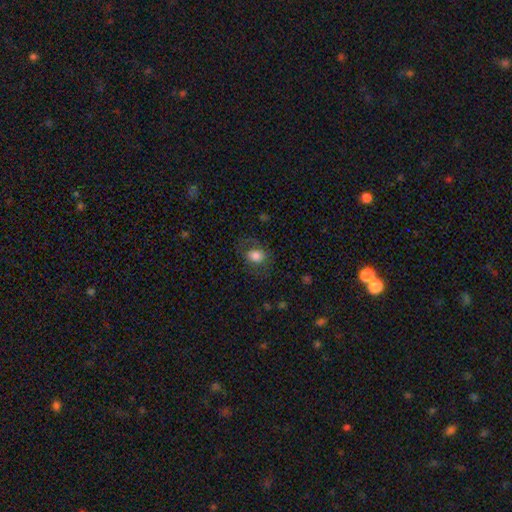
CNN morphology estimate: Smooth or featured?
  - smooth: 76% *
  - featured or disk: 15%
  - star or artifact: 9%
How rounded?
  - in between: 55% *
  - round: 44%
  - cigar-shaped: 1%
Merging?
  - none: 70% *
  - minor disturbance: 17%
  - major disturbance: 11%
  - merger: 1%